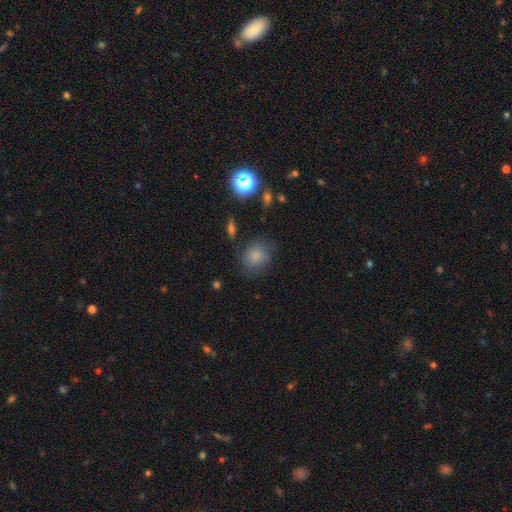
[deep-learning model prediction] Morphology: type=smooth (80%); roundness=round (71%); merging=none (72%).